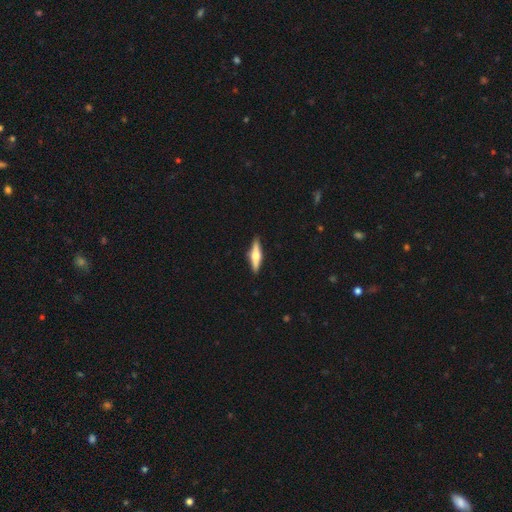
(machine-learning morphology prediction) smooth-or-featured: featured or disk: 63% | smooth: 31% | star or artifact: 6%
  disk-edge-on: yes: 97% | no: 3%
    edge-on-bulge: rounded: 92% | boxy: 5% | none: 2%
  merging: none: 90% | minor disturbance: 7% | major disturbance: 2% | merger: 1%